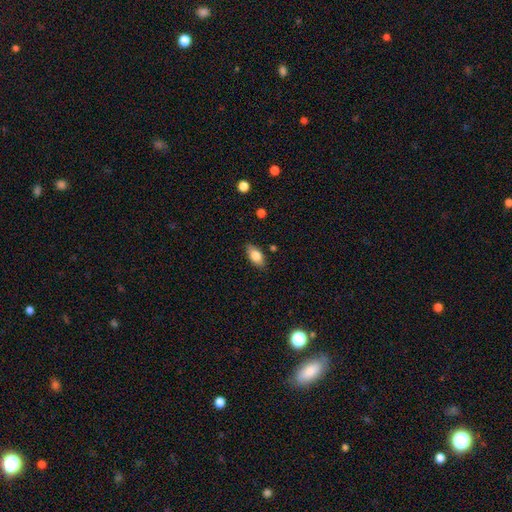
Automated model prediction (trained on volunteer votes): Smooth or featured? smooth (80%)
How rounded? in between (90%)
Merging? none (85%)